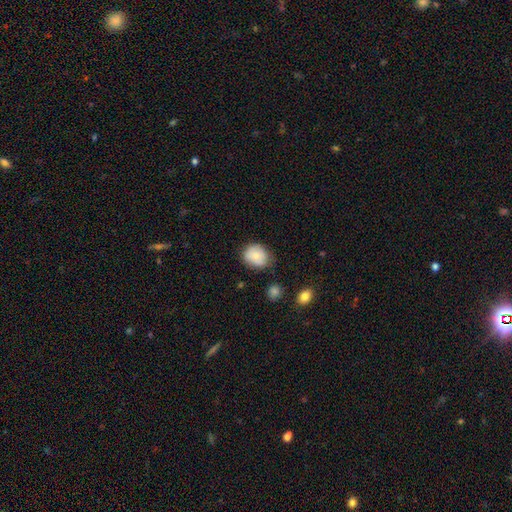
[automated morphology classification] Smooth or featured?
  - smooth: 80% *
  - featured or disk: 12%
  - star or artifact: 8%
How rounded?
  - round: 58% *
  - in between: 41%
  - cigar-shaped: 1%
Merging?
  - none: 70% *
  - minor disturbance: 23%
  - major disturbance: 5%
  - merger: 3%